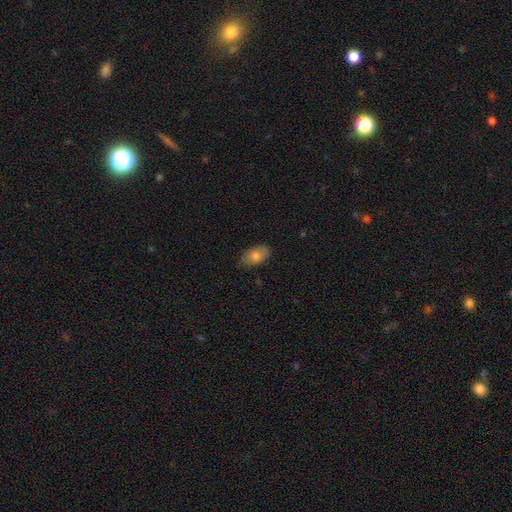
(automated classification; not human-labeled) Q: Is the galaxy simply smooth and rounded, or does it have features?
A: smooth — 77%.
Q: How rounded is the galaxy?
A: in between — 92%.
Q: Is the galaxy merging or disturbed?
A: none — 79%.